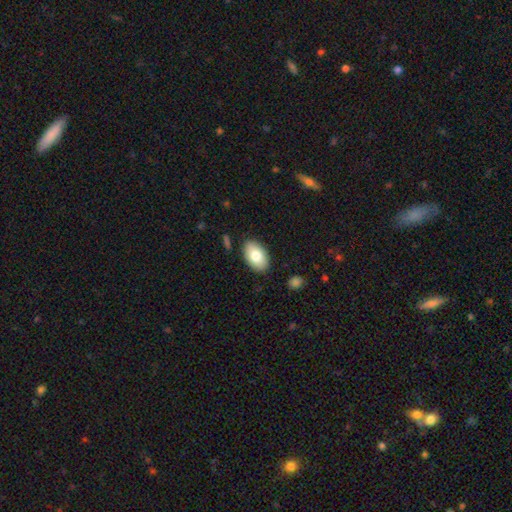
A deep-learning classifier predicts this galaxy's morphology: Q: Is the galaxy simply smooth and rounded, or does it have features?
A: smooth — 81%.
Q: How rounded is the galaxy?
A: in between — 93%.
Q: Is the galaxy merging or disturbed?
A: none — 87%.